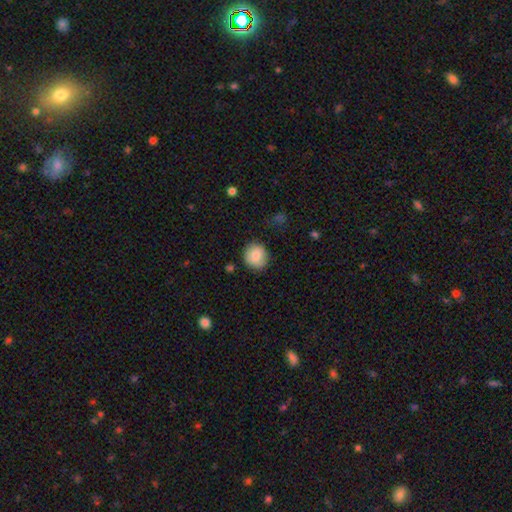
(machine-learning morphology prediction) A smooth galaxy with no disk features (84%) that is round (80%). Merging: none (80%).